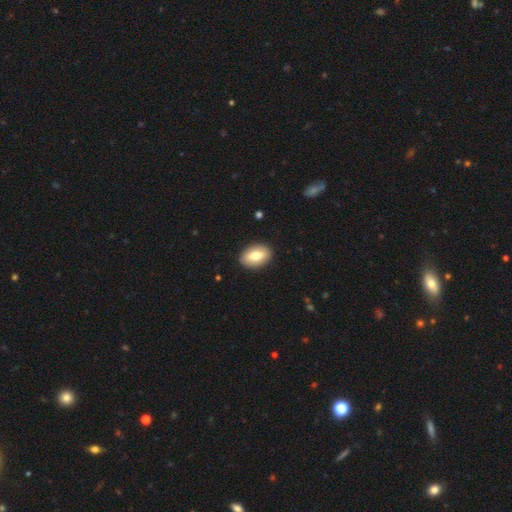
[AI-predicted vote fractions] smooth-or-featured: smooth: 70% | featured or disk: 23% | star or artifact: 6%
  how-rounded: in between: 88% | round: 10% | cigar-shaped: 2%
  merging: none: 89% | minor disturbance: 8% | major disturbance: 2% | merger: 1%